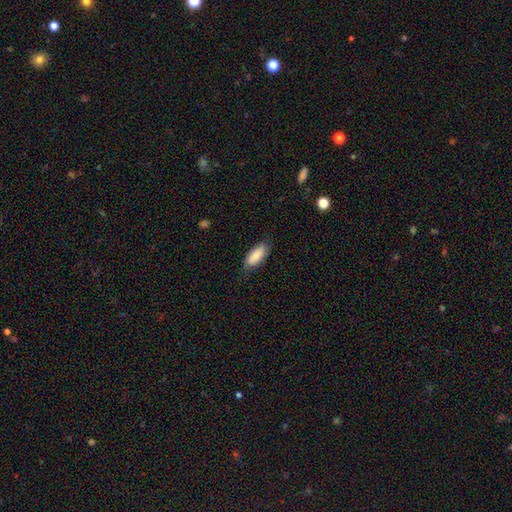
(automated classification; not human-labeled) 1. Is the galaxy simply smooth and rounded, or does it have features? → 82% smooth, 12% featured or disk, 6% star or artifact.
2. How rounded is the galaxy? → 83% in between, 15% cigar-shaped, 2% round.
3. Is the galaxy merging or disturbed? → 74% none, 21% minor disturbance, 4% major disturbance, 1% merger.